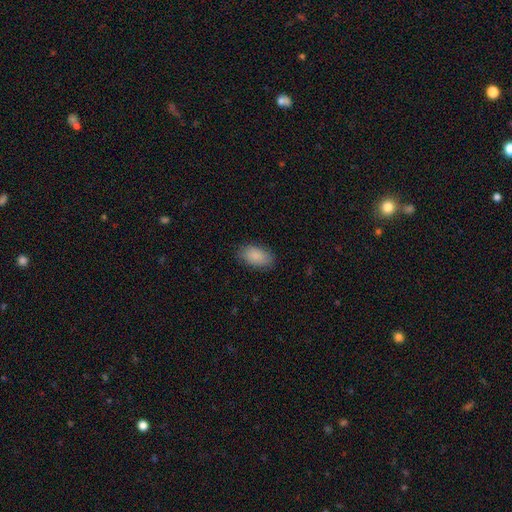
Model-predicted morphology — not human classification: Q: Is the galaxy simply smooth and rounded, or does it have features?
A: smooth — 89%.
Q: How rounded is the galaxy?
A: in between — 93%.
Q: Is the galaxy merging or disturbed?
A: none — 83%.